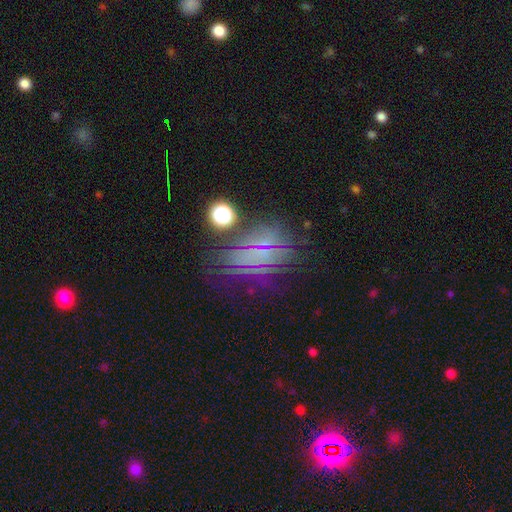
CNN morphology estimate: This is possibly a star or artifact rather than a galaxy (47%).